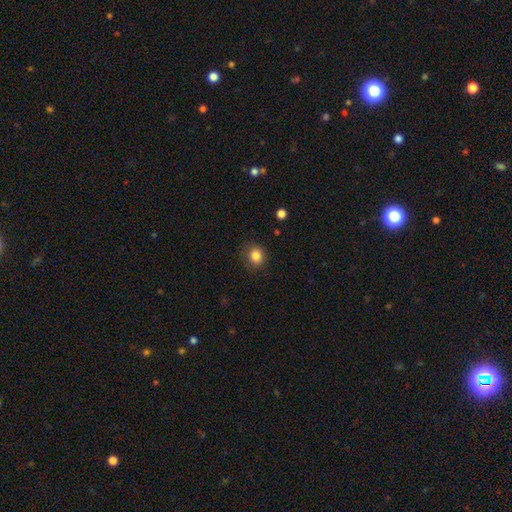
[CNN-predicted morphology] This is clearly a smooth galaxy (84%). How rounded: likely round (76%). Merging: clearly none (82%).